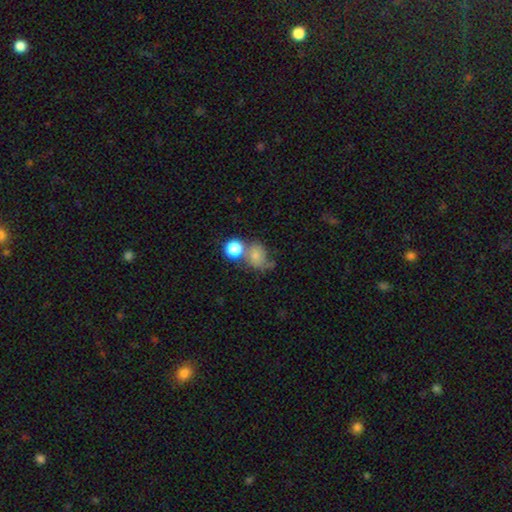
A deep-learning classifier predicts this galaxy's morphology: The model was most divided on "merging" (2-way tie): none: 34%, merger: 34%, minor disturbance: 18%, major disturbance: 15%. More confident: smooth or featured — smooth (63%); how rounded — round (60%).